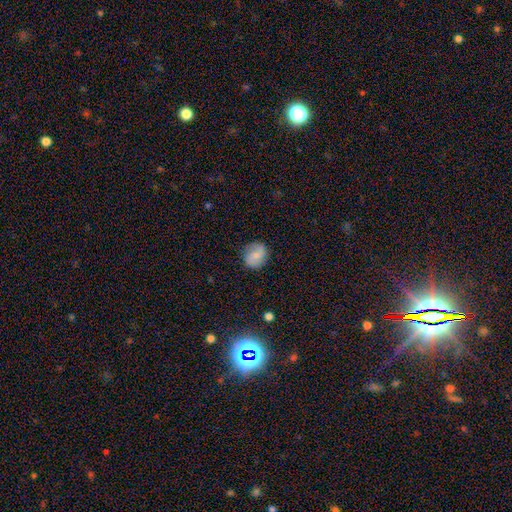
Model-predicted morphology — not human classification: Smooth or featured?
  - smooth: 56% *
  - featured or disk: 36%
  - star or artifact: 9%
How rounded?
  - round: 78% *
  - in between: 21%
  - cigar-shaped: 1%
Merging?
  - none: 81% *
  - minor disturbance: 14%
  - major disturbance: 4%
  - merger: 1%